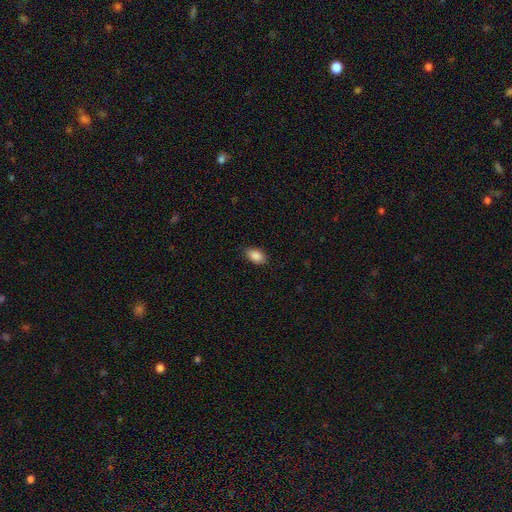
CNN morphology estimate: Smooth or featured? smooth (88%)
How rounded? in between (89%)
Merging? none (85%)